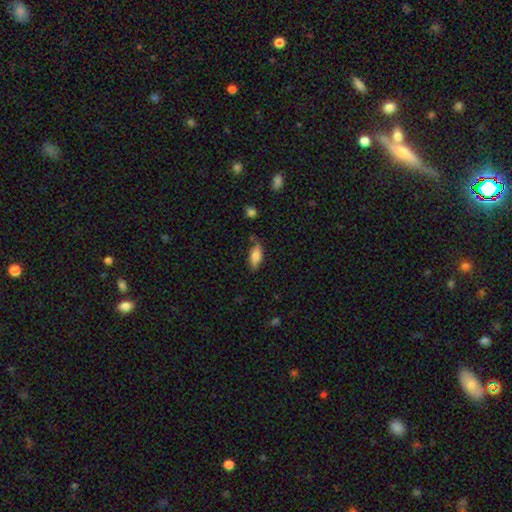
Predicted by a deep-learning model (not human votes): This is likely a smooth galaxy (79%). How rounded: likely in between (79%). Merging: likely none (77%).